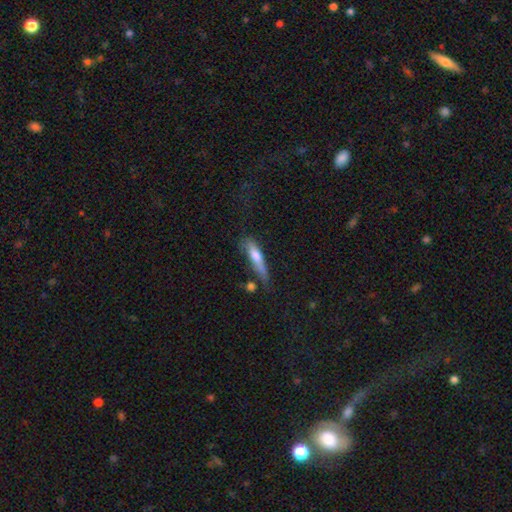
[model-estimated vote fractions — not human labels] This is likely a smooth galaxy (60%). How rounded: likely cigar-shaped (80%). Merging: possibly none (52%).